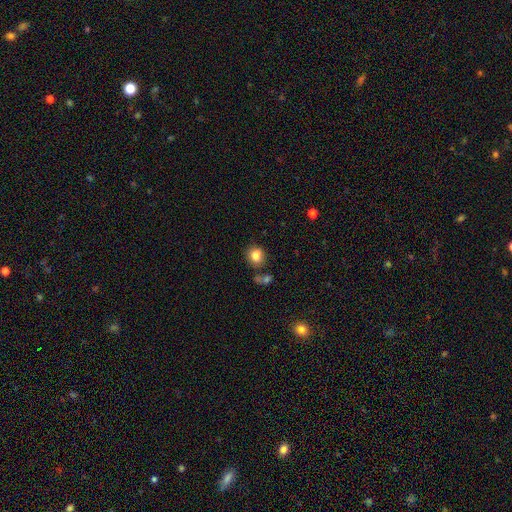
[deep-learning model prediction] Smooth or featured?
  - smooth: 83% *
  - star or artifact: 10%
  - featured or disk: 7%
How rounded?
  - round: 74% *
  - in between: 25%
  - cigar-shaped: 1%
Merging?
  - none: 70% *
  - minor disturbance: 14%
  - merger: 12%
  - major disturbance: 5%